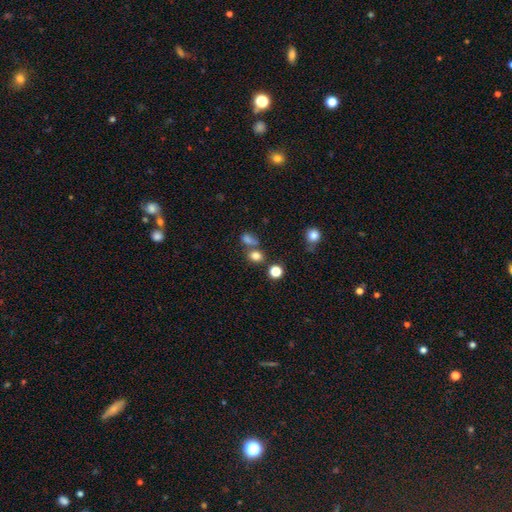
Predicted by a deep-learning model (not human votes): Smooth or featured: smooth — 77% (star or artifact — 16%)
How rounded: round — 63% (in between — 36%)
Merging: none — 58% (merger — 27%)